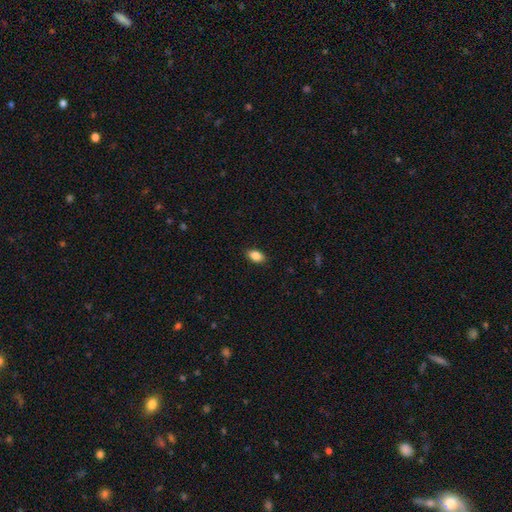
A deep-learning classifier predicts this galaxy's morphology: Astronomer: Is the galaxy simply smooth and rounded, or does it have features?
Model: smooth — 87%.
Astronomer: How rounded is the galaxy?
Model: in between — 90%.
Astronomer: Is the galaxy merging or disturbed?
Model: none — 88%.